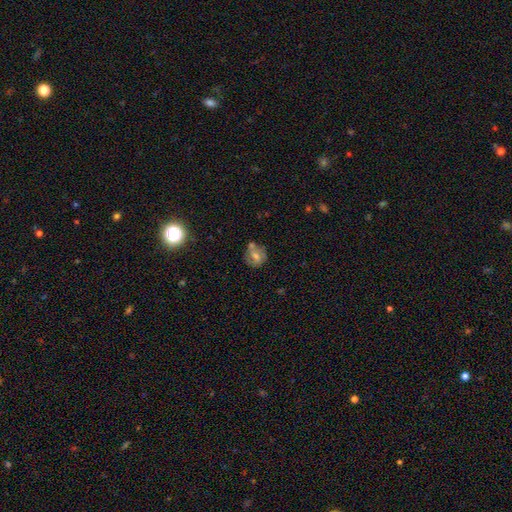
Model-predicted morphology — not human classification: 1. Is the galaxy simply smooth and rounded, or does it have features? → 44% smooth, 35% featured or disk, 21% star or artifact.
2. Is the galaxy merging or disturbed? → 65% none, 16% minor disturbance, 13% merger, 6% major disturbance.